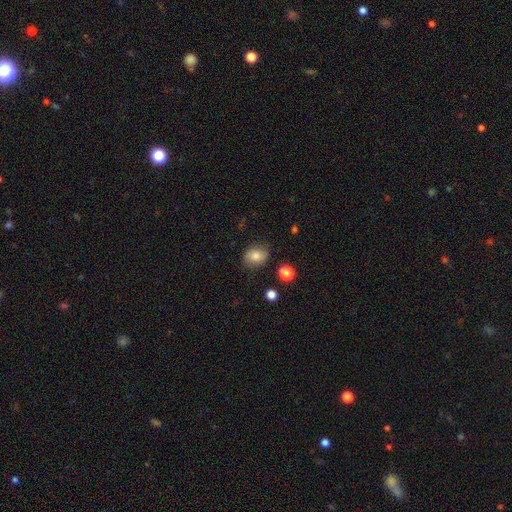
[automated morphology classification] type=smooth (79%); roundness=in between (52%); merging=none (78%).